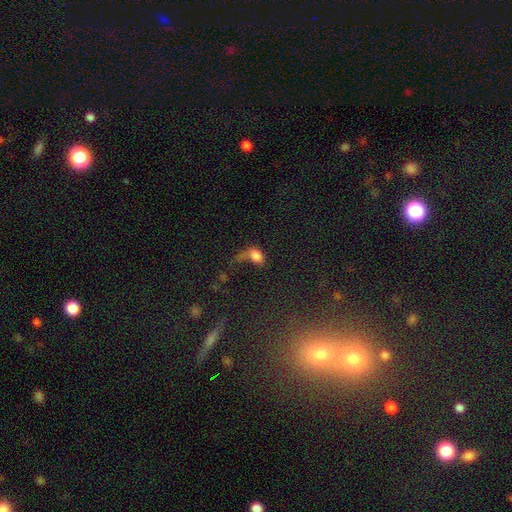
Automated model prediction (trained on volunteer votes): Smooth or featured? smooth (75%)
How rounded? in between (80%)
Merging? major disturbance (36%)